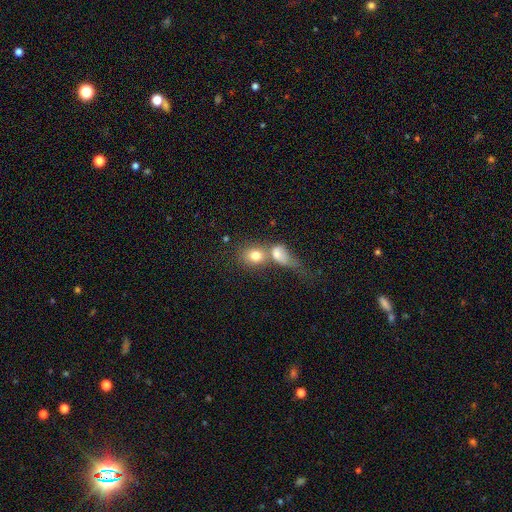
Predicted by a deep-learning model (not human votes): smooth_or_featured: smooth (p=0.76) [alt: featured or disk p=0.14]
how_rounded: round (p=0.54) [alt: in between p=0.44]
merging: merger (p=0.57) [alt: none p=0.27]